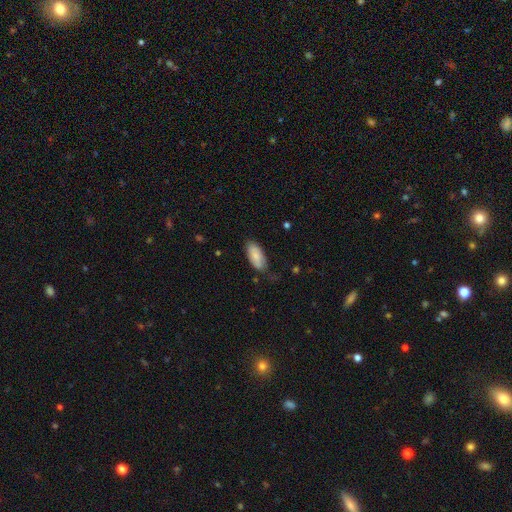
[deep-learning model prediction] smooth 80%, featured or disk 14%, star or artifact 6%. Down the decision tree: how rounded — in between (89%); merging — none (68%).